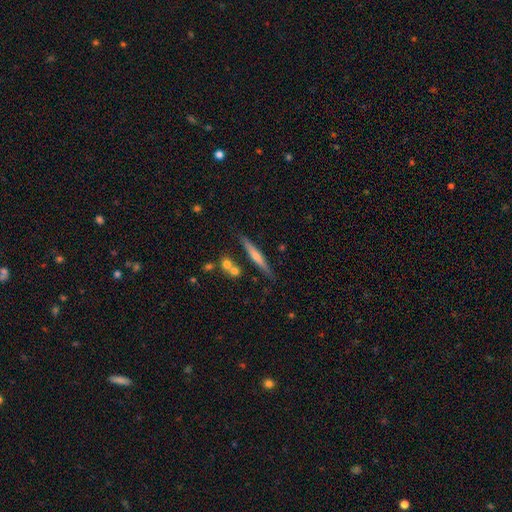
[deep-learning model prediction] A featured or disk galaxy (56%) viewed edge-on (95%) with a rounded central bulge (64%).

Vote fractions:
- Smooth or featured? featured or disk: 56% / smooth: 38% / star or artifact: 7%
- Edge-on disk? yes: 95% / no: 5%
- Edge-on bulge? rounded: 64% / none: 28% / boxy: 8%
- Merging? none: 80% / minor disturbance: 11% / merger: 7% / major disturbance: 2%